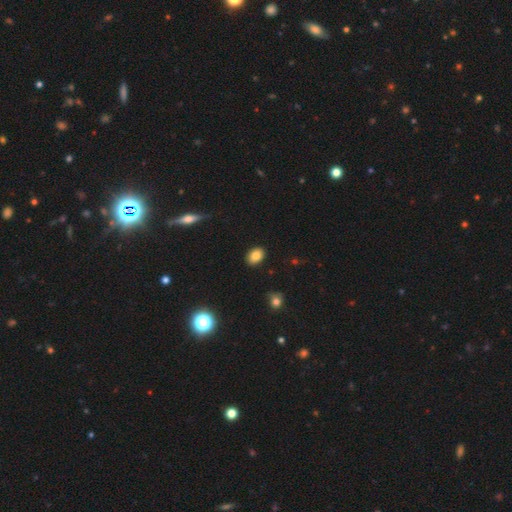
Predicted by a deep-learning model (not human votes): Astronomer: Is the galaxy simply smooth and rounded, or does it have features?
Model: smooth — 84%.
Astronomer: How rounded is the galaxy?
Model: in between — 75%.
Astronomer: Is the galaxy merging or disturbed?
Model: none — 88%.